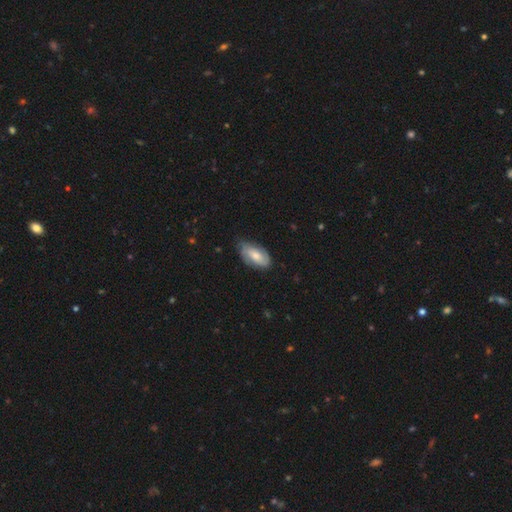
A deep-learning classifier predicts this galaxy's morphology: Smooth or featured?
  - featured or disk: 49% *
  - smooth: 45%
  - star or artifact: 6%
Merging?
  - none: 69% *
  - minor disturbance: 24%
  - major disturbance: 5%
  - merger: 1%